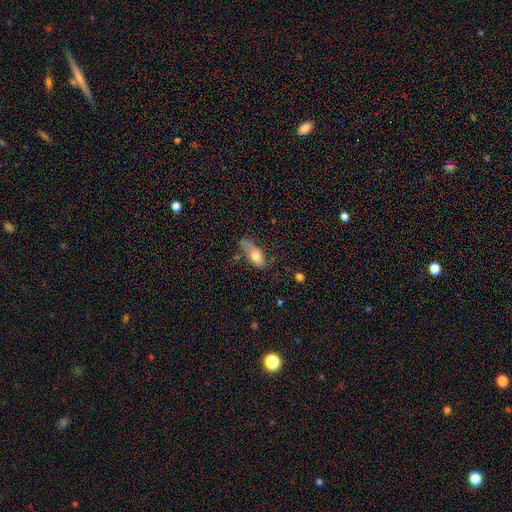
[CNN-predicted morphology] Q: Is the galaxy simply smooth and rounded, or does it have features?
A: smooth — 72%.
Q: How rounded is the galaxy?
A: in between — 77%.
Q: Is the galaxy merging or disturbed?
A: none — 39%.